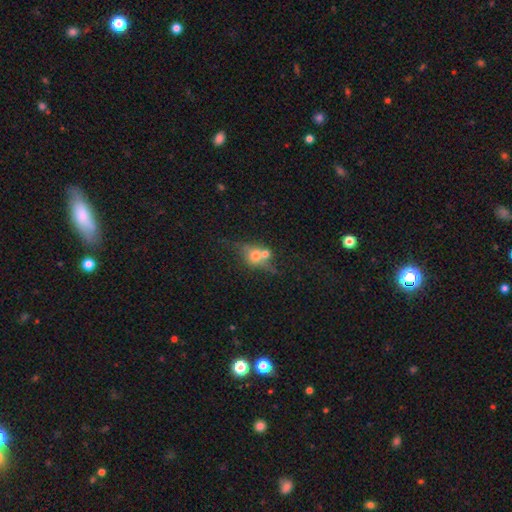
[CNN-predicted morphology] Smooth or featured: smooth — 50% (featured or disk — 38%)
Merging: merger — 44% (none — 36%)